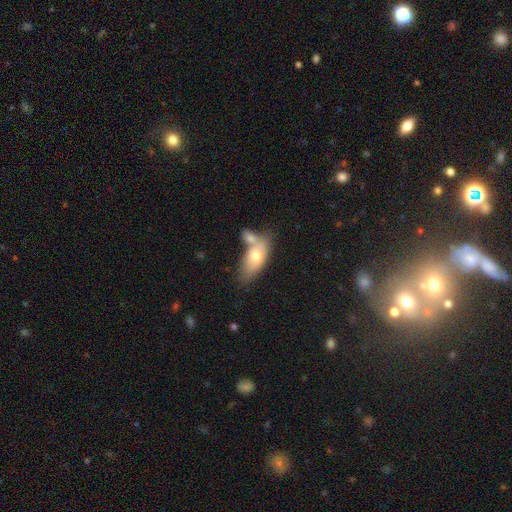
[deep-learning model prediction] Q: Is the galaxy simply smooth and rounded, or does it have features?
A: smooth — 68%.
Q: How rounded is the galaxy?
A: in between — 85%.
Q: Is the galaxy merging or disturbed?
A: merger — 45%.